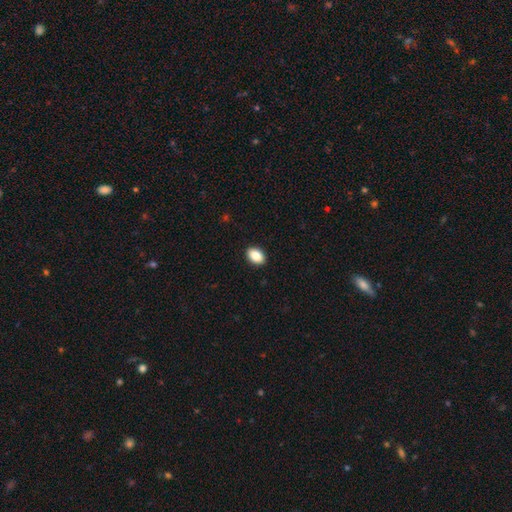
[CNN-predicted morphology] This is clearly a smooth galaxy (87%). How rounded: clearly in between (86%). Merging: clearly none (91%).